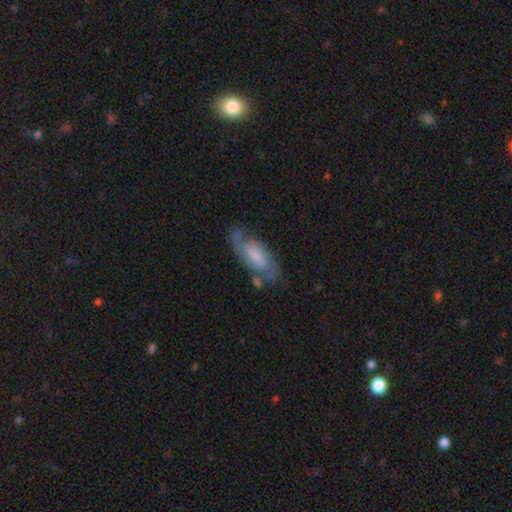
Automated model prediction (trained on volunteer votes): Overall: featured or disk (71%). Edge-on disk: no (91%). Bar: weak (46%; no 39%). Spiral arms: yes (92%). Spiral arm count: 2 (81%). Spiral winding: medium (49%; tight 27%). Bulge size: small (34%; moderate 31%). Merging: none (67%).